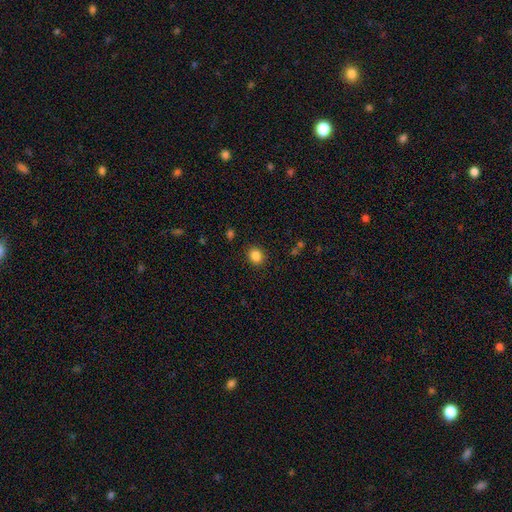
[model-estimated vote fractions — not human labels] Smooth or featured?
  - smooth: 85% *
  - star or artifact: 11%
  - featured or disk: 4%
How rounded?
  - round: 80% *
  - in between: 19%
  - cigar-shaped: 1%
Merging?
  - none: 88% *
  - minor disturbance: 7%
  - major disturbance: 3%
  - merger: 1%